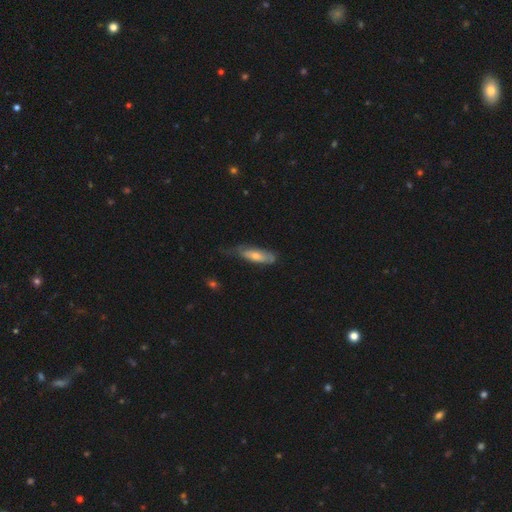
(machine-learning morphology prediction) A smooth galaxy with no disk features (55%) that is cigar-shaped (52%). Merging: none (47%).